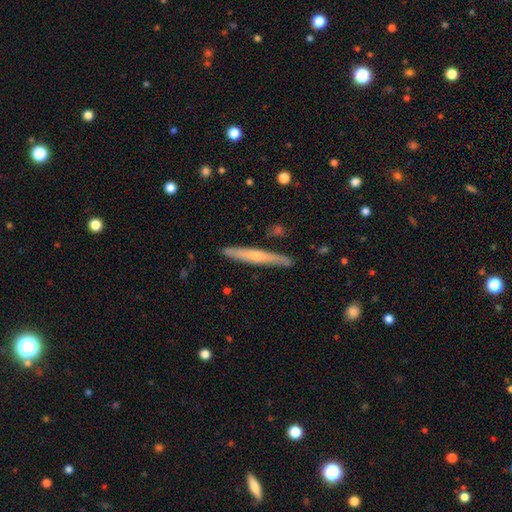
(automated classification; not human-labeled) This is possibly a featured or disk galaxy (50%). Merging: clearly none (88%).